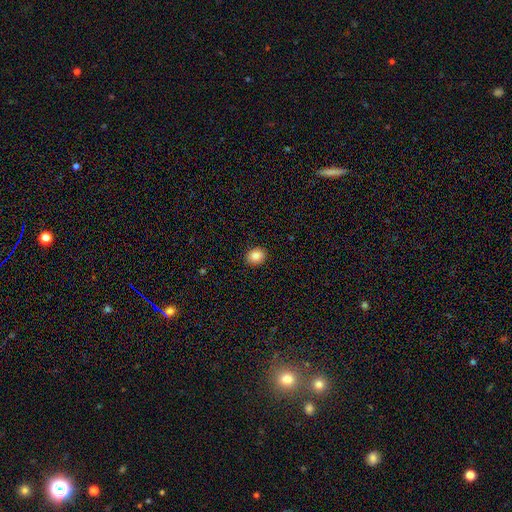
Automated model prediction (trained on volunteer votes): smooth 87%, star or artifact 9%, featured or disk 4%. Down the decision tree: how rounded — round (54%); merging — none (91%).